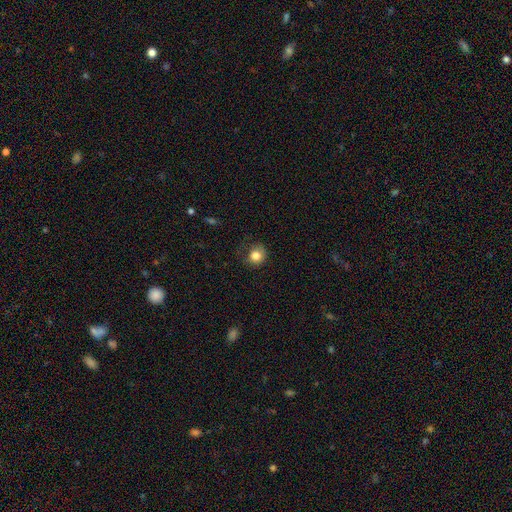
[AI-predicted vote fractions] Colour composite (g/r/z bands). It shows a smooth galaxy with no disk features (82%) that is round (84%). Merging: none (70%).